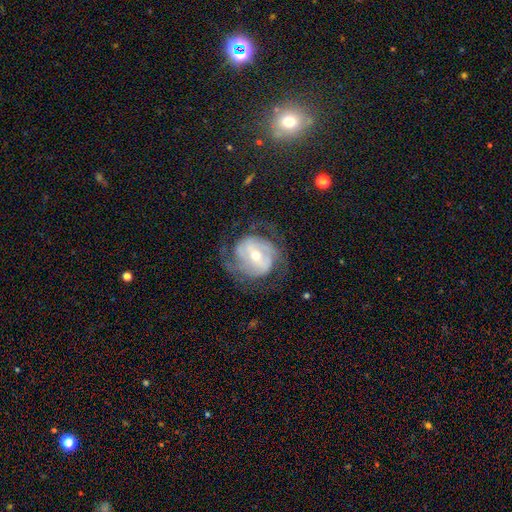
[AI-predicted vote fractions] Morphology: type=featured or disk (83%); edge-on=no (97%); bar=weak (41%); spiral arms=yes (90%); winding=medium (44%); arm count=2 (62%); bulge=small (49%); merging=none (66%).